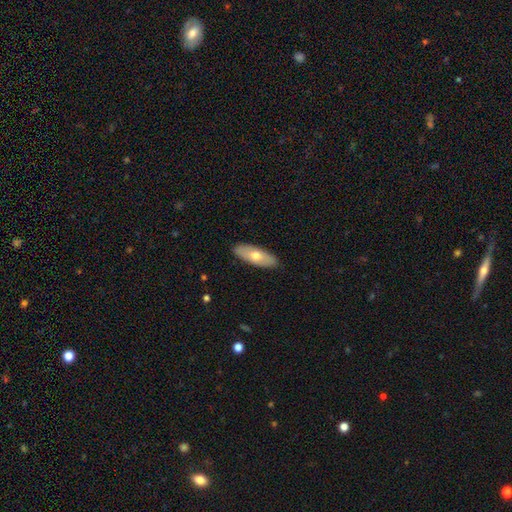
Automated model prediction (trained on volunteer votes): Smooth or featured: smooth — 61% (featured or disk — 33%)
How rounded: in between — 75% (cigar-shaped — 23%)
Merging: none — 88% (minor disturbance — 9%)